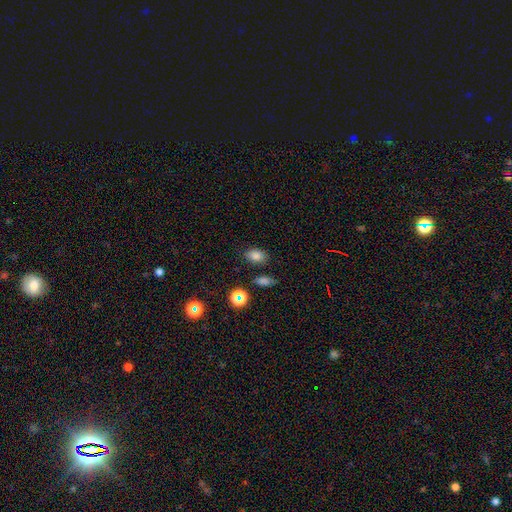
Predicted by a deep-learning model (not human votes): Smooth or featured? smooth (78%)
How rounded? in between (80%)
Merging? none (80%)